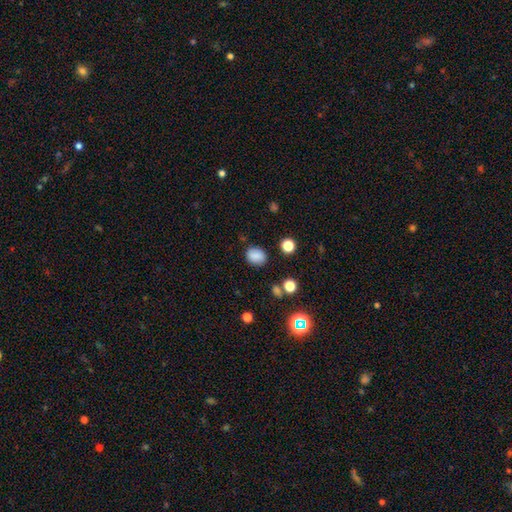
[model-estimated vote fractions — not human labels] Q: Smooth or featured?
A: smooth (83%); runner-up: star or artifact (11%)
Q: How rounded?
A: in between (54%); runner-up: round (45%)
Q: Merging?
A: none (81%); runner-up: minor disturbance (12%)